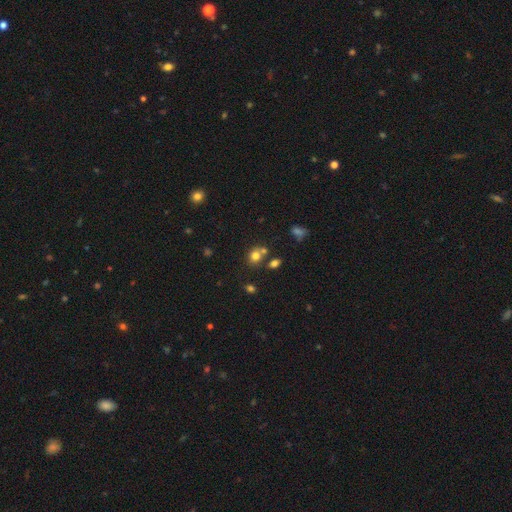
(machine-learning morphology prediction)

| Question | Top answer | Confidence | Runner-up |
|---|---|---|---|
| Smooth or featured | smooth | 75% | star or artifact (15%) |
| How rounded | round | 72% | in between (27%) |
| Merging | none | 57% | merger (29%) |